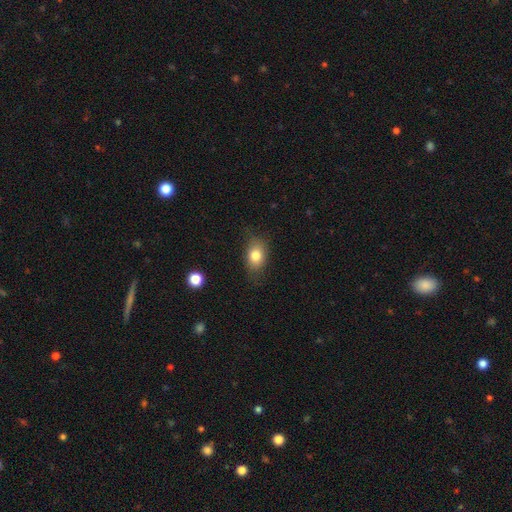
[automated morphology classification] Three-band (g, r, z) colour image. It shows a smooth galaxy with no disk features (80%) that is in between round and cigar-shaped (75%). Merging: none (76%).